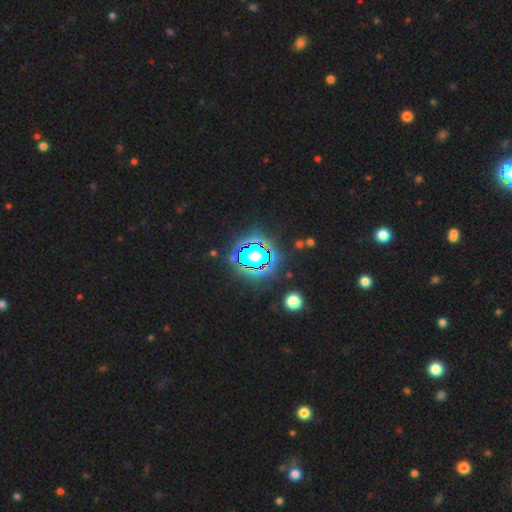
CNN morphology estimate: A star or artifact, not a galaxy (83%).